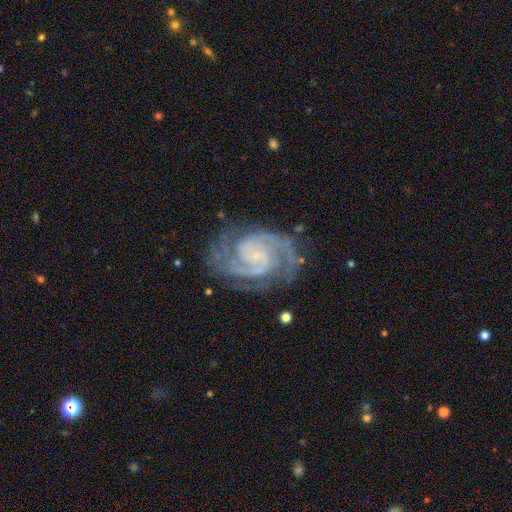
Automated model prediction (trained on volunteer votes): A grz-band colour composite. It shows a featured or disk galaxy (93%) with no bar (54%), 2 (76%) tight (51%) spiral arms (99%) and a small central bulge (76%). Merging: none (77%).